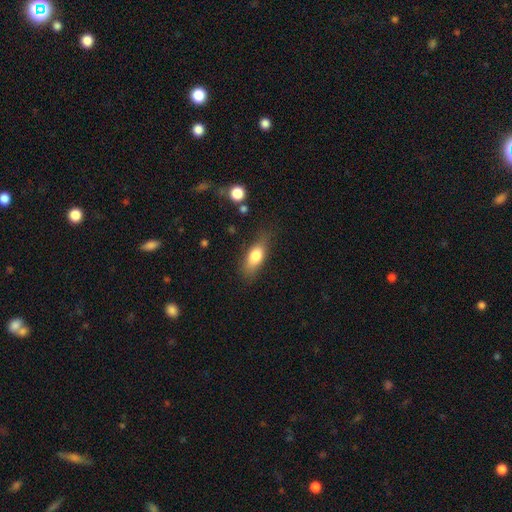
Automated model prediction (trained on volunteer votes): The model was most divided on "merging": none: 73%, minor disturbance: 20%, major disturbance: 6%, merger: 2%. More confident: how rounded — in between (76%); smooth or featured — smooth (76%).